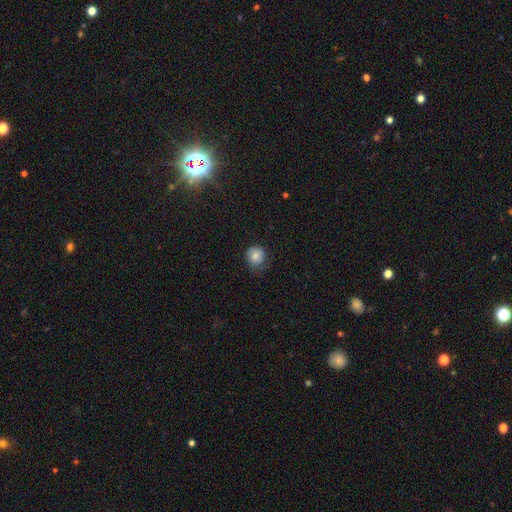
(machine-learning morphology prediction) type=smooth (73%); roundness=round (83%); merging=none (59%).